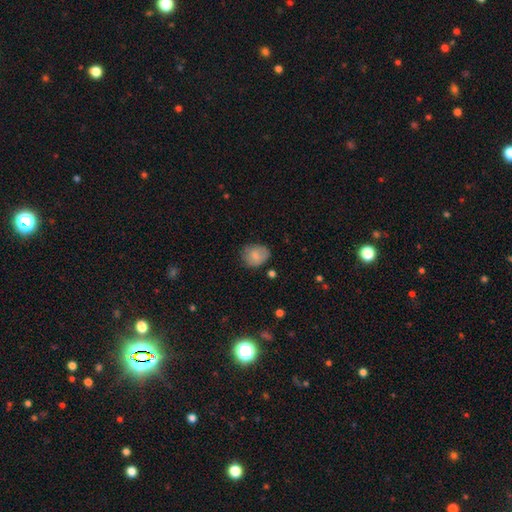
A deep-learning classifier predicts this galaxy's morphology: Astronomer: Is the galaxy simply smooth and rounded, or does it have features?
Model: smooth — 80%.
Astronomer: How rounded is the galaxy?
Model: round — 57% (runner-up: in between, 42%).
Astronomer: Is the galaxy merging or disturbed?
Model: none — 67%.